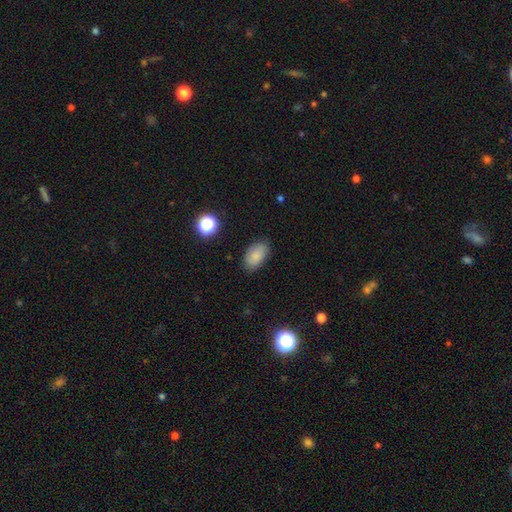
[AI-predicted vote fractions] Morphology: type=smooth (84%); roundness=in between (92%); merging=none (82%).